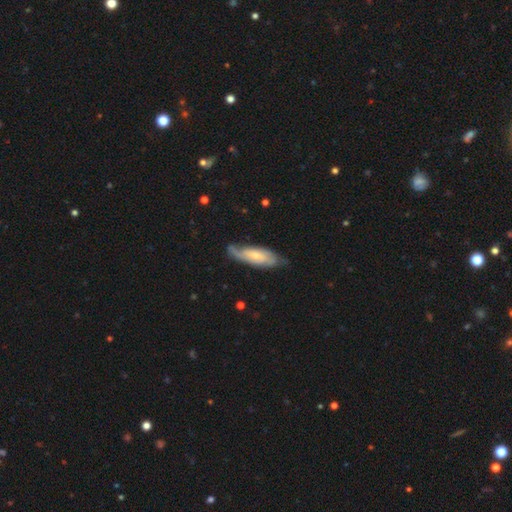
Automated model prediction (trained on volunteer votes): Smooth or featured: featured or disk — 63% (smooth — 31%)
Edge-on disk: no — 81% (yes — 19%)
Bar: no — 61% (weak — 32%)
Spiral arms: yes — 88% (no — 12%)
Bulge size: small — 56% (moderate — 33%)
Merging: none — 64% (minor disturbance — 25%)